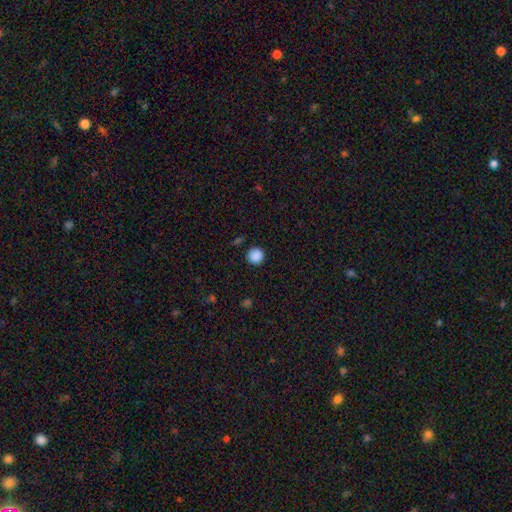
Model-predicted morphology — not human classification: This is clearly a smooth galaxy (88%). How rounded: clearly round (94%). Merging: clearly none (88%).